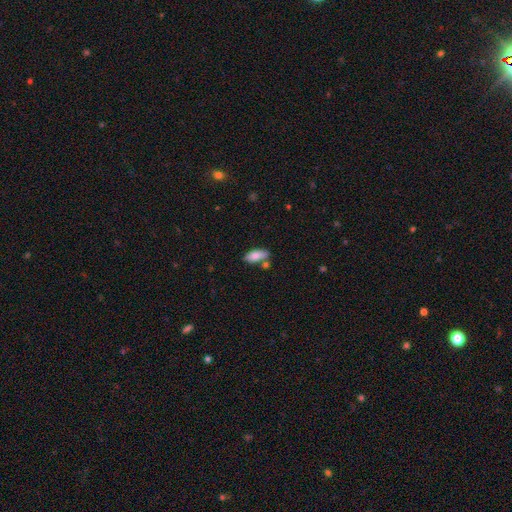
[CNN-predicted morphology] Q: Smooth or featured?
A: smooth (83%); runner-up: featured or disk (11%)
Q: How rounded?
A: in between (81%); runner-up: cigar-shaped (17%)
Q: Merging?
A: none (69%); runner-up: minor disturbance (16%)